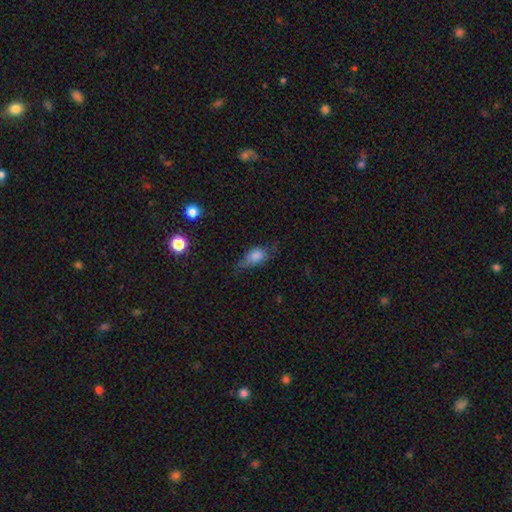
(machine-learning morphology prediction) This is likely a smooth galaxy (73%). How rounded: likely in between (78%). Merging: possibly none (45%).